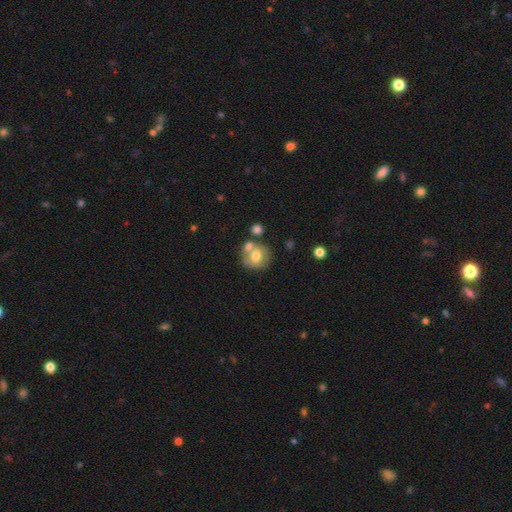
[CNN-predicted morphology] Overall: smooth (67%). How rounded: round (79%). Merging: none (52%; merger 31%).